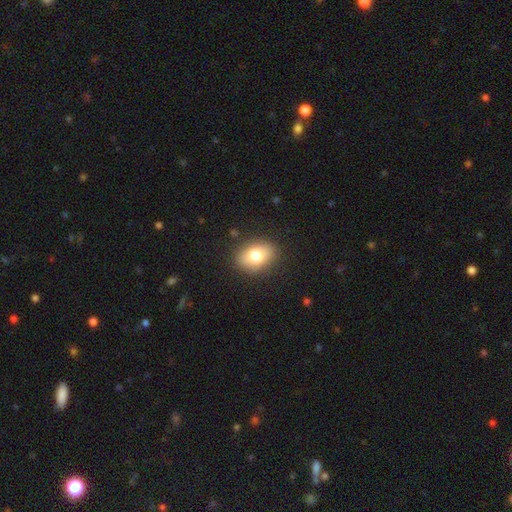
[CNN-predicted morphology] Q: Smooth or featured?
A: smooth (76%); runner-up: featured or disk (15%)
Q: How rounded?
A: in between (77%); runner-up: round (21%)
Q: Merging?
A: none (86%); runner-up: minor disturbance (10%)